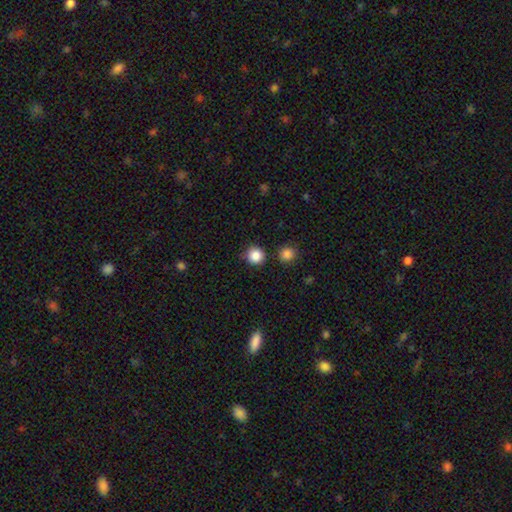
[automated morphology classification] Smooth or featured? Predicted: smooth (p=0.86). How rounded? Predicted: round (p=0.94). Merging? Predicted: none (p=0.84).